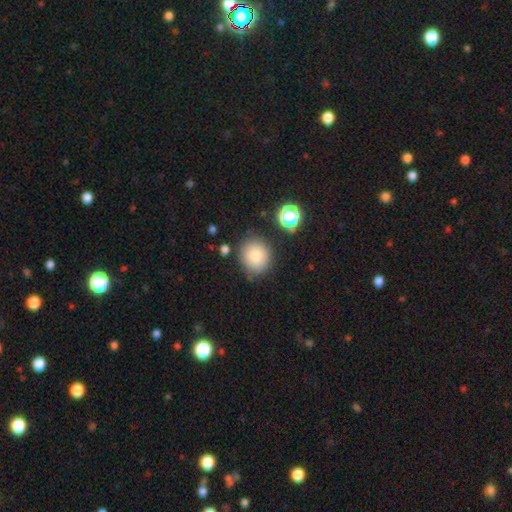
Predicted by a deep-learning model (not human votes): Overall: smooth (82%). How rounded: round (85%). Merging: none (79%).